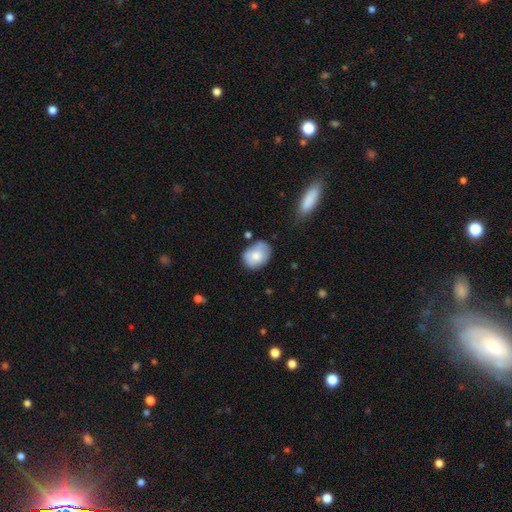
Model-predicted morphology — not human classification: smooth-or-featured: smooth: 74% | featured or disk: 19% | star or artifact: 7%
  how-rounded: in between: 63% | round: 36% | cigar-shaped: 1%
  merging: none: 61% | minor disturbance: 28% | major disturbance: 6% | merger: 5%